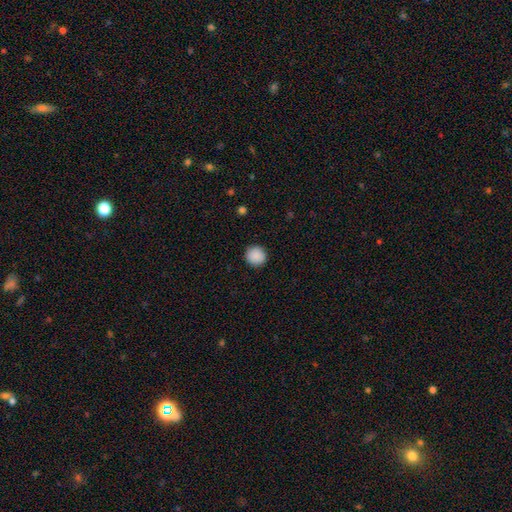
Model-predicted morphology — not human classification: smooth 89%, star or artifact 8%, featured or disk 3%. Down the decision tree: how rounded — round (93%); merging — none (91%).